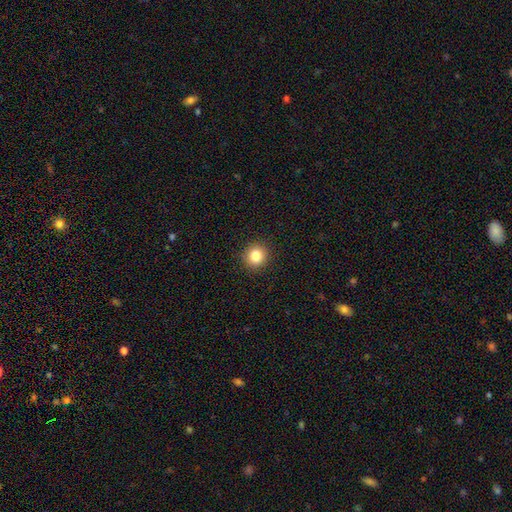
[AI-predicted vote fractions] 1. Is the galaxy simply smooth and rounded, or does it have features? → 83% smooth, 11% star or artifact, 6% featured or disk.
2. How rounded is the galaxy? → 91% round, 8% in between, 1% cigar-shaped.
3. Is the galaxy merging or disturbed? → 92% none, 5% minor disturbance, 2% major disturbance, 1% merger.